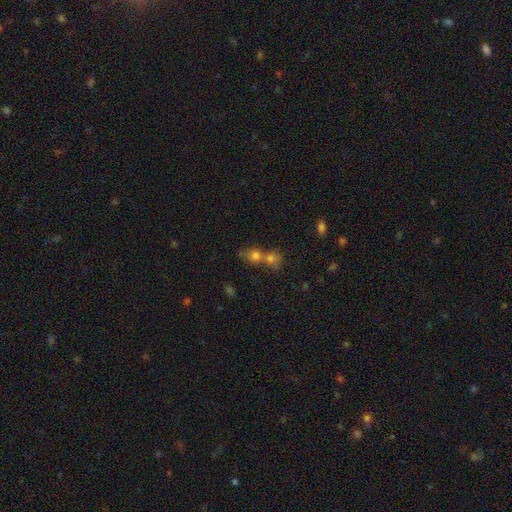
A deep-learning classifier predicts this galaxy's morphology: smooth_or_featured: smooth (p=0.73) [alt: star or artifact p=0.16]
how_rounded: round (p=0.73) [alt: in between p=0.25]
merging: merger (p=0.58) [alt: none p=0.33]